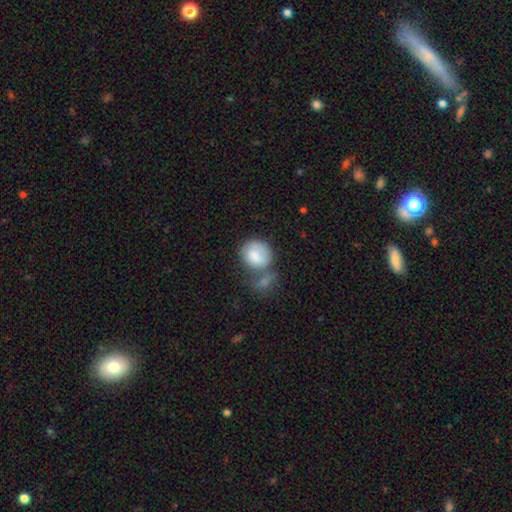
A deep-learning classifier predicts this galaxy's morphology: Smooth or featured: smooth — 79% (featured or disk — 14%)
How rounded: round — 67% (in between — 32%)
Merging: merger — 39% (none — 31%)